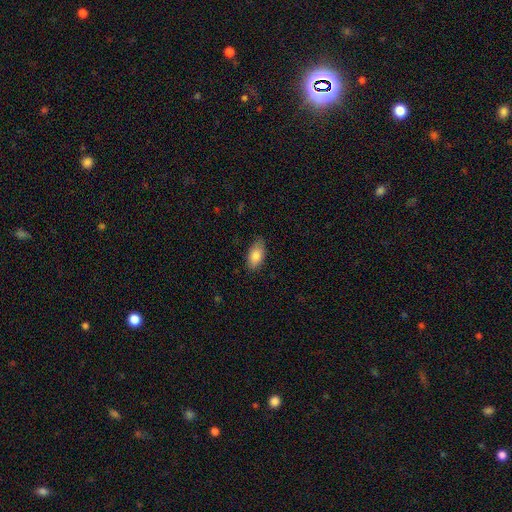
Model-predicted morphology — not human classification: The model was most divided on "merging": none: 81%, minor disturbance: 15%, major disturbance: 3%, merger: 1%. More confident: how rounded — in between (92%); smooth or featured — smooth (83%).